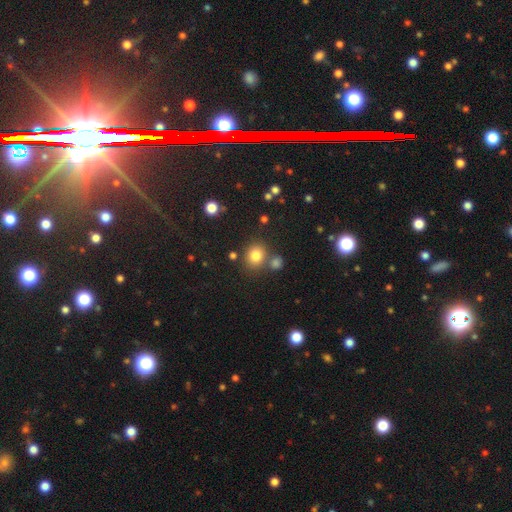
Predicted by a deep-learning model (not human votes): A smooth galaxy with no disk features (79%) that is round (74%). Merging: none (72%).